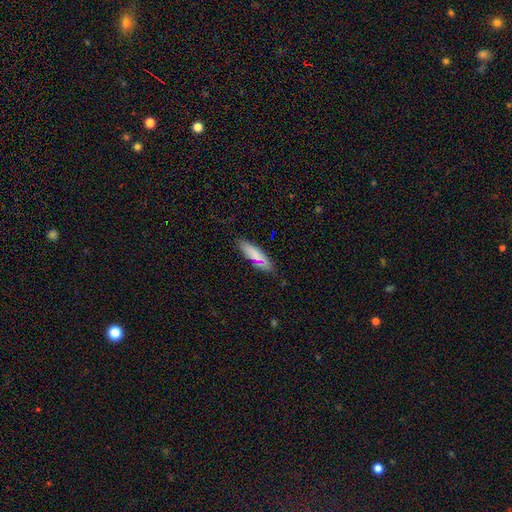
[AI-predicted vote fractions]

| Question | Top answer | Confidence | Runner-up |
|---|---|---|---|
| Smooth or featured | smooth | 78% | featured or disk (14%) |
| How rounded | cigar-shaped | 52% | in between (46%) |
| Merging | none | 82% | minor disturbance (14%) |